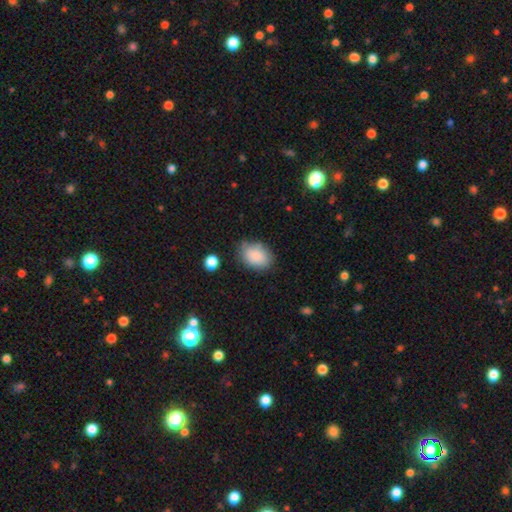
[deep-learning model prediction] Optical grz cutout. It shows a smooth galaxy with no disk features (87%) that is in between round and cigar-shaped (81%). Merging: none (74%).